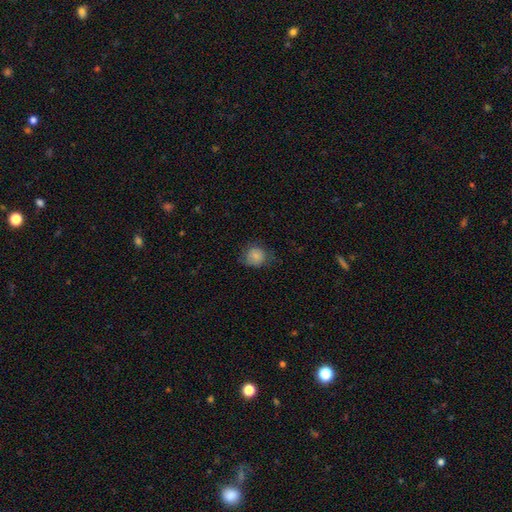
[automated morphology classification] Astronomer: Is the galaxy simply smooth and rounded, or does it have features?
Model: smooth — 83%.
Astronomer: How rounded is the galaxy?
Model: round — 80%.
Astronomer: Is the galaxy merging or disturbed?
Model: none — 67%.